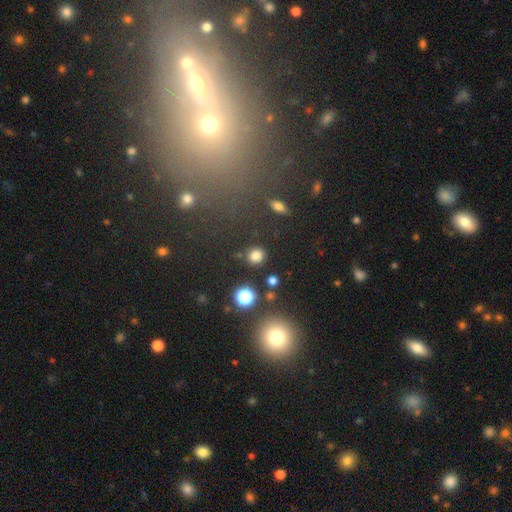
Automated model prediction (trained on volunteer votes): A smooth galaxy with no disk features (79%) that is round (79%).

Vote fractions:
- Smooth or featured? smooth: 79% / star or artifact: 15% / featured or disk: 6%
- How rounded? round: 79% / in between: 19% / cigar-shaped: 1%
- Merging? none: 83% / minor disturbance: 9% / merger: 5% / major disturbance: 3%